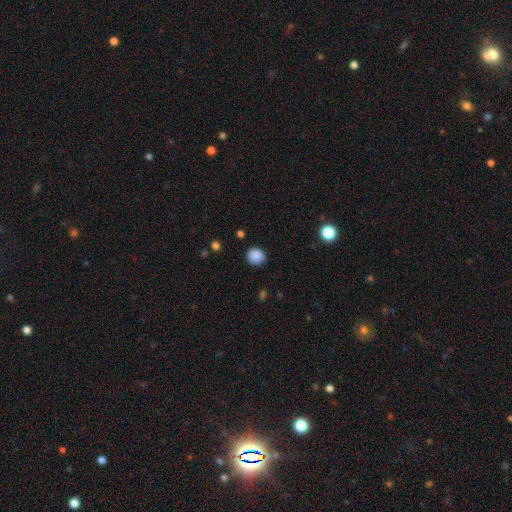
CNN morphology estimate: Q: Smooth or featured?
A: smooth (87%); runner-up: star or artifact (10%)
Q: How rounded?
A: round (84%); runner-up: in between (15%)
Q: Merging?
A: none (85%); runner-up: minor disturbance (11%)